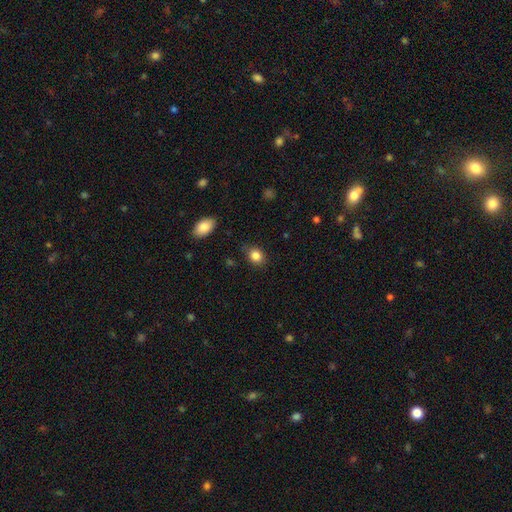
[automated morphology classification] This appears to be a smooth galaxy with no disk features (85%) that is in between round and cigar-shaped (50%). Merging: none (81%).